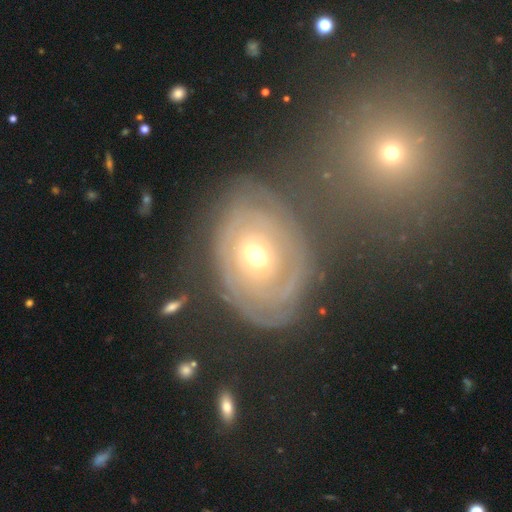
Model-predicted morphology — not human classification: Smooth or featured? Predicted: featured or disk (p=0.78). Edge-on disk? Predicted: no (p=0.96). Bar? Predicted: no (p=0.67). Spiral arms? Predicted: yes (p=0.84). Spiral winding? Predicted: tight (p=0.80). Spiral arm count? Predicted: can't tell (p=0.47). Bulge size? Predicted: moderate (p=0.65). Merging? Predicted: none (p=0.71).